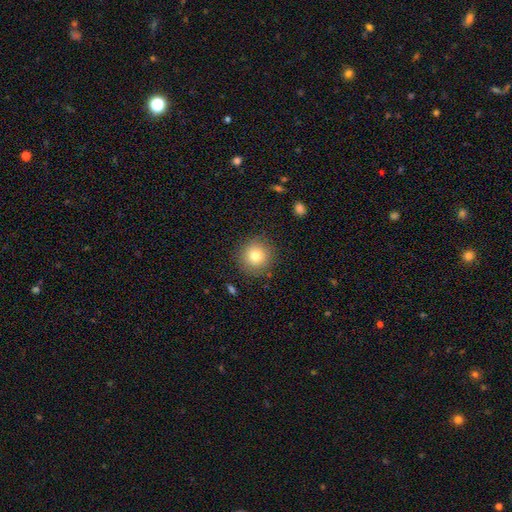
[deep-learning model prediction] A smooth galaxy with no disk features (78%) that is round (94%).

Vote fractions:
- Smooth or featured? smooth: 78% / star or artifact: 11% / featured or disk: 11%
- How rounded? round: 94% / in between: 5% / cigar-shaped: 1%
- Merging? none: 88% / minor disturbance: 8% / major disturbance: 3% / merger: 1%